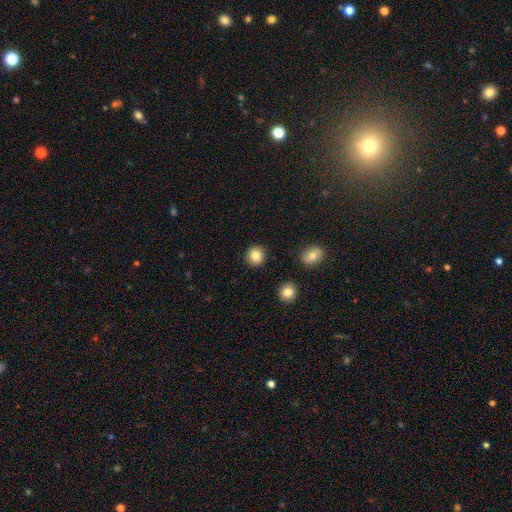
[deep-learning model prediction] Smooth or featured?
  - smooth: 84% *
  - star or artifact: 10%
  - featured or disk: 6%
How rounded?
  - round: 92% *
  - in between: 7%
  - cigar-shaped: 1%
Merging?
  - none: 91% *
  - minor disturbance: 5%
  - major disturbance: 2%
  - merger: 2%